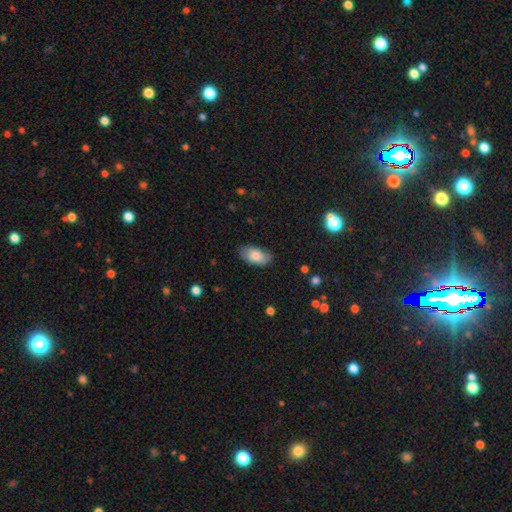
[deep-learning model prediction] smooth_or_featured: smooth (p=0.76) [alt: featured or disk p=0.17]
how_rounded: in between (p=0.94) [alt: round p=0.03]
merging: none (p=0.77) [alt: minor disturbance p=0.18]